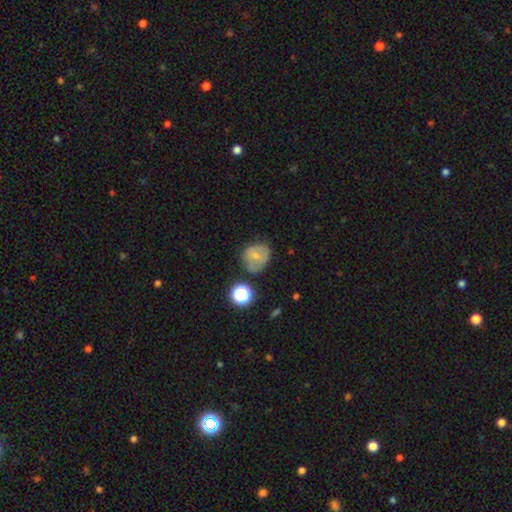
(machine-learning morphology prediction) Q: Smooth or featured?
A: smooth (62%); runner-up: featured or disk (25%)
Q: How rounded?
A: round (70%); runner-up: in between (29%)
Q: Merging?
A: none (57%); runner-up: minor disturbance (27%)